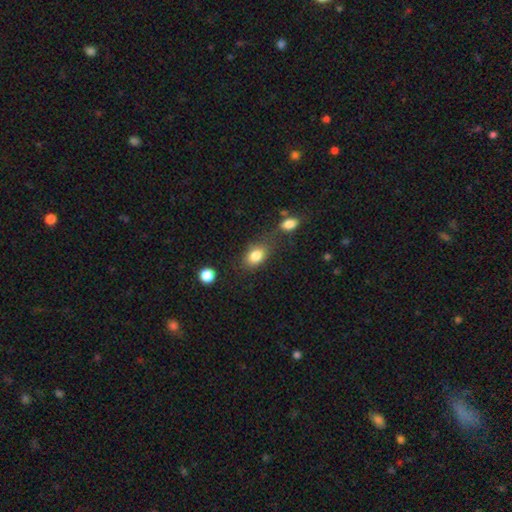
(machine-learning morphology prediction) A smooth galaxy with no disk features (83%) that is in between round and cigar-shaped (78%). Merging: none (61%).